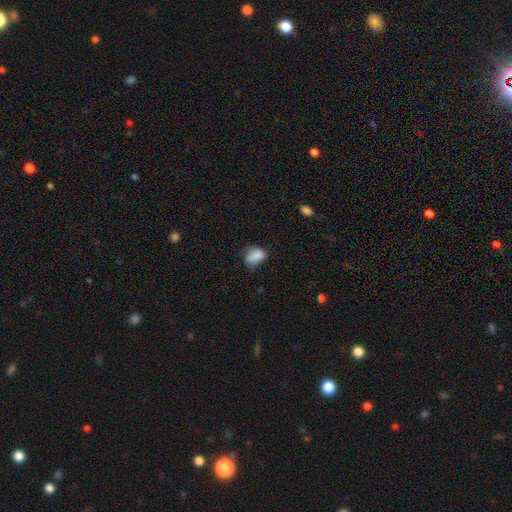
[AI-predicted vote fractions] The model was most divided on "merging": none: 44%, minor disturbance: 37%, major disturbance: 15%, merger: 5%. More confident: smooth or featured — smooth (81%); how rounded — in between (77%).